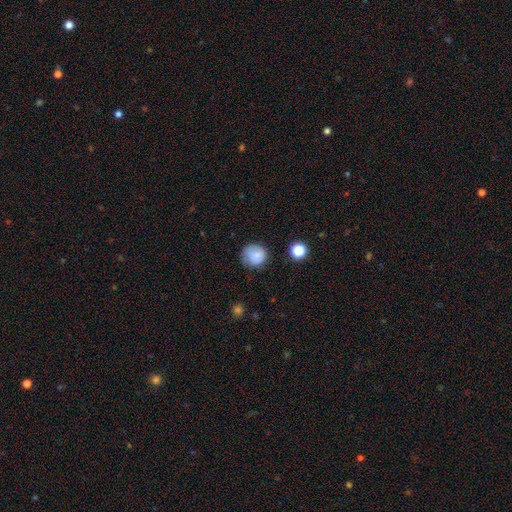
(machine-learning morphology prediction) type=smooth (76%); roundness=round (89%); merging=none (69%).